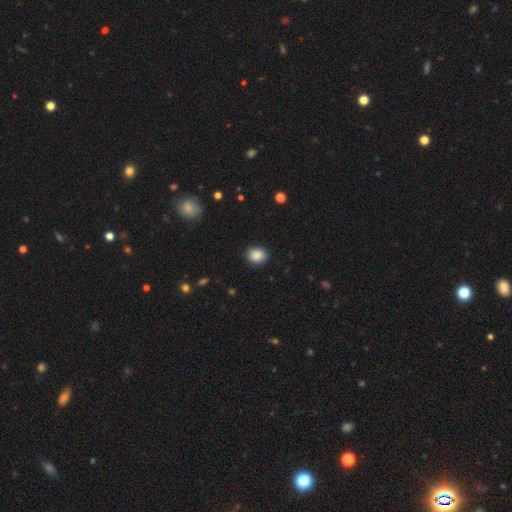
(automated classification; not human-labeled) This appears to be a smooth galaxy with no disk features (88%) that is round (55%). Merging: none (88%).